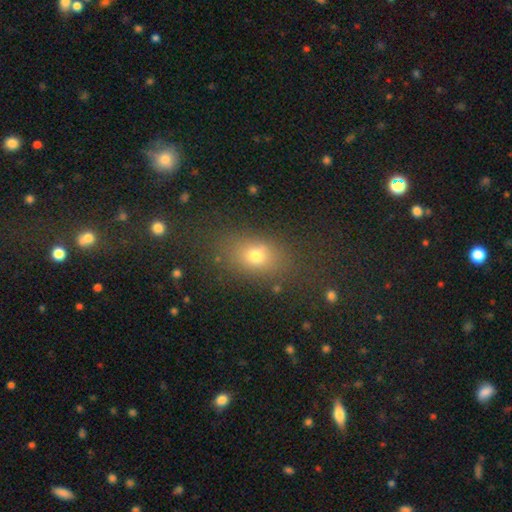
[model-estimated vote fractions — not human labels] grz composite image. It shows a smooth galaxy with no disk features (71%) that is in between round and cigar-shaped (69%). Merging: none (77%).